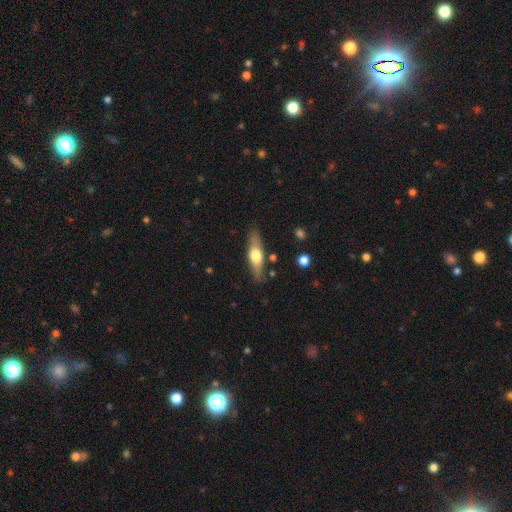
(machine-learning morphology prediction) Q: Smooth or featured?
A: featured or disk (48%); runner-up: smooth (46%)
Q: Merging?
A: none (84%); runner-up: minor disturbance (11%)